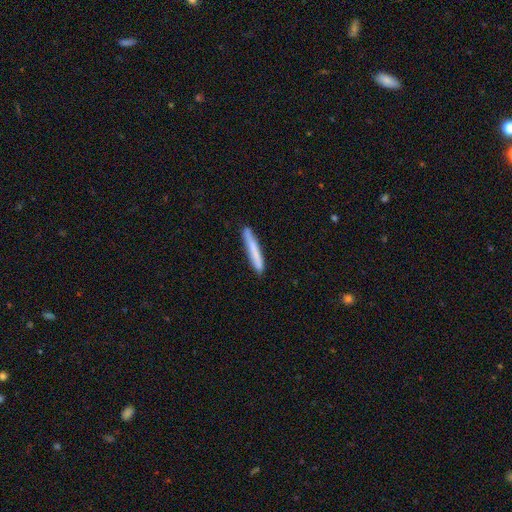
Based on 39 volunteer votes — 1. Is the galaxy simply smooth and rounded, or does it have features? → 74% smooth, 23% featured or disk, 3% star or artifact.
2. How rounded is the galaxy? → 97% cigar-shaped, 3% in between, 0% round.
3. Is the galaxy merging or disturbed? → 79% none, 18% minor disturbance, 3% merger, 0% major disturbance.